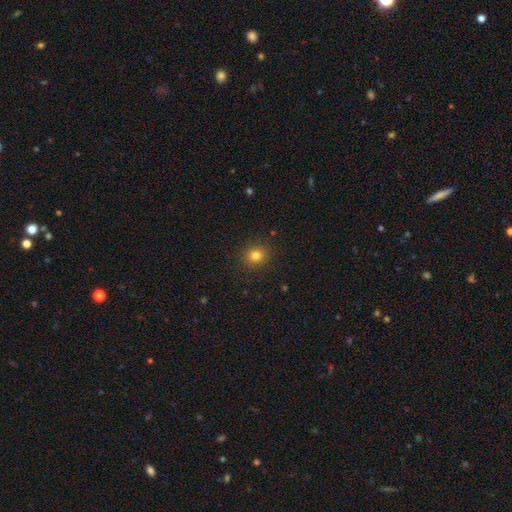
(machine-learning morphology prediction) smooth 81%, star or artifact 13%, featured or disk 6%. Down the decision tree: how rounded — round (79%); merging — none (89%).